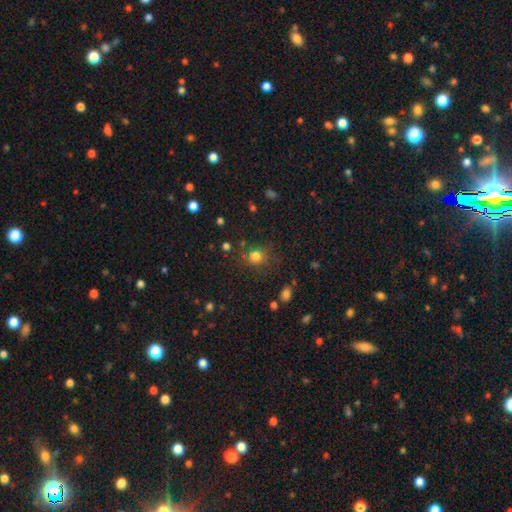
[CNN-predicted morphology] smooth 73%, star or artifact 20%, featured or disk 7%. Down the decision tree: how rounded — round (82%); merging — none (75%).